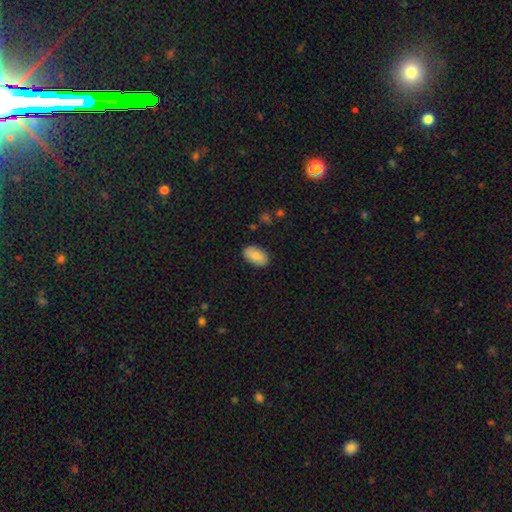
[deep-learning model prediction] This is likely a smooth galaxy (79%). How rounded: clearly in between (93%). Merging: clearly none (85%).